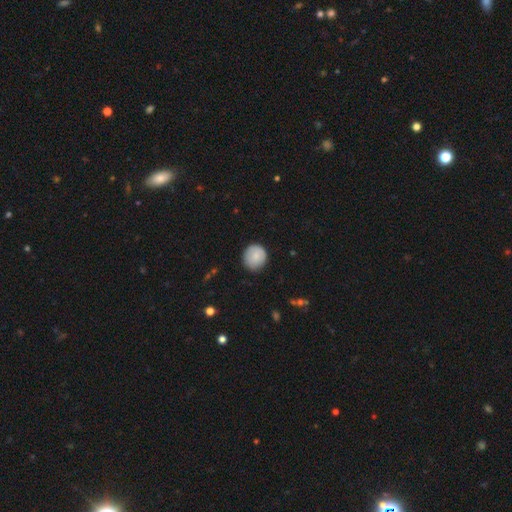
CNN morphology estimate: type=smooth (83%); roundness=round (91%); merging=none (83%).